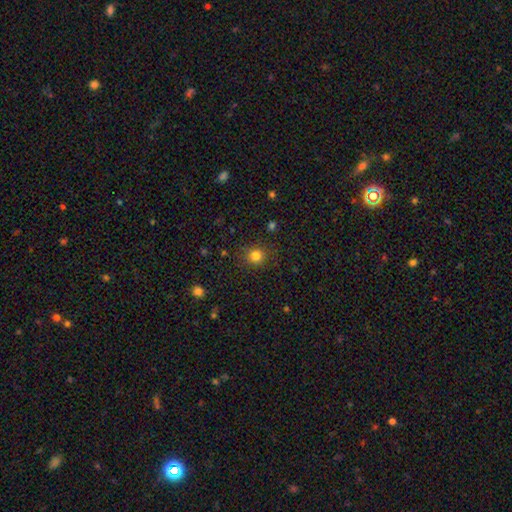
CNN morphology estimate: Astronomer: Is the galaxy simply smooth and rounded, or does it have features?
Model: smooth — 81%.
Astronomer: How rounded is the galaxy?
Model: round — 88%.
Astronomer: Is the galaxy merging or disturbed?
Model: none — 87%.